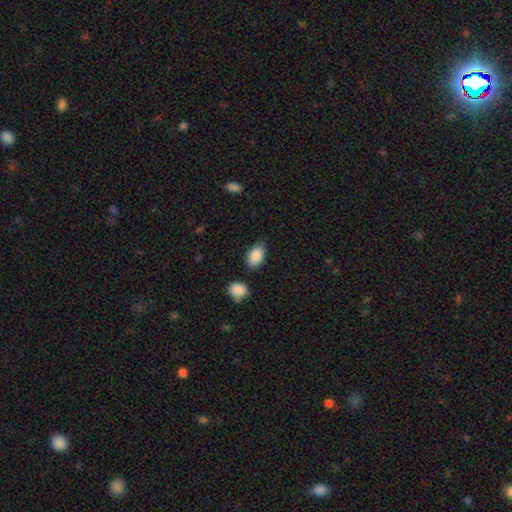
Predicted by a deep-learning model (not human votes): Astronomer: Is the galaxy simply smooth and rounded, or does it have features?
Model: smooth — 89%.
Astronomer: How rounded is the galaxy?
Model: in between — 89%.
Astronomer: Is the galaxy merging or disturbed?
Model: none — 77%.